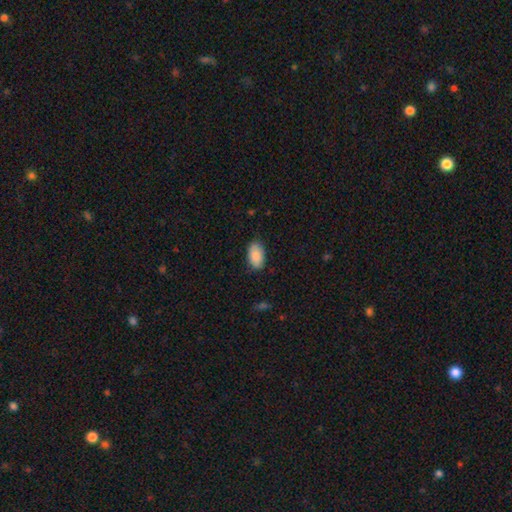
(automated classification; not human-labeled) A smooth galaxy with no disk features (89%) that is in between round and cigar-shaped (94%).

Vote fractions:
- Smooth or featured? smooth: 89% / star or artifact: 6% / featured or disk: 4%
- How rounded? in between: 94% / round: 4% / cigar-shaped: 2%
- Merging? none: 82% / minor disturbance: 14% / major disturbance: 3% / merger: 1%